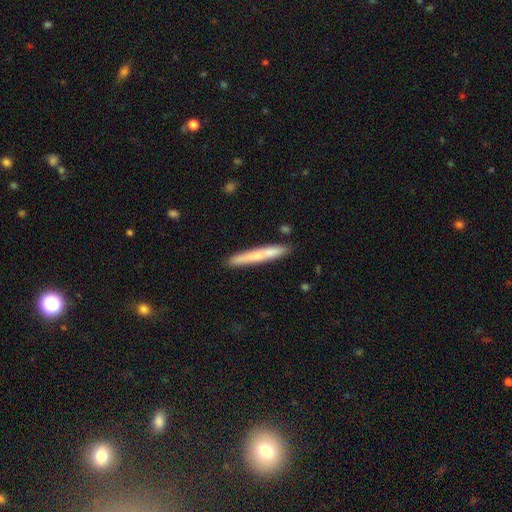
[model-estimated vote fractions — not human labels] This appears to be a smooth galaxy with no disk features (64%) that is cigar-shaped (96%). Merging: none (85%).